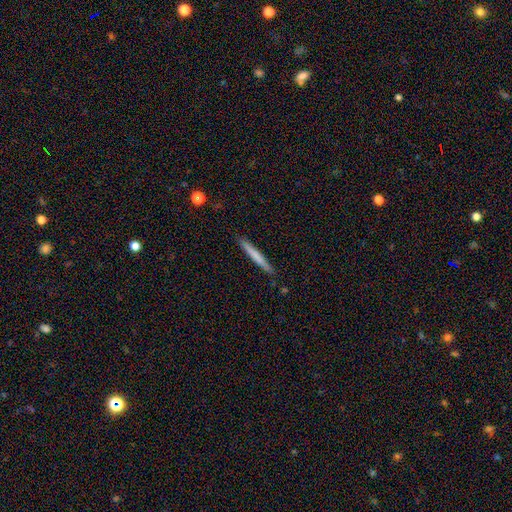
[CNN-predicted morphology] smooth 68%, featured or disk 26%, star or artifact 5%. Down the decision tree: how rounded — cigar-shaped (97%); merging — none (89%).